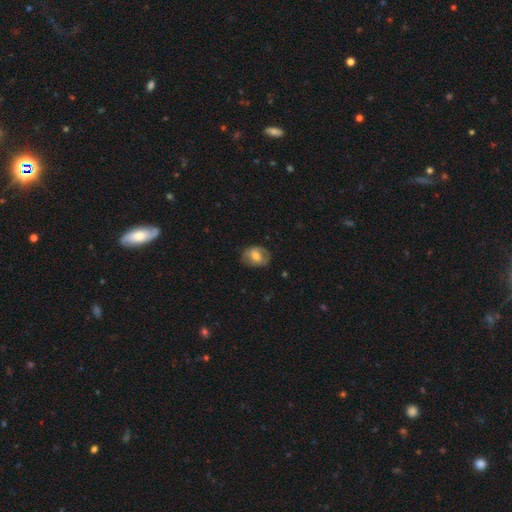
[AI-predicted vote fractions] Smooth or featured: smooth — 53% (featured or disk — 39%)
How rounded: in between — 60% (round — 39%)
Merging: none — 70% (minor disturbance — 22%)